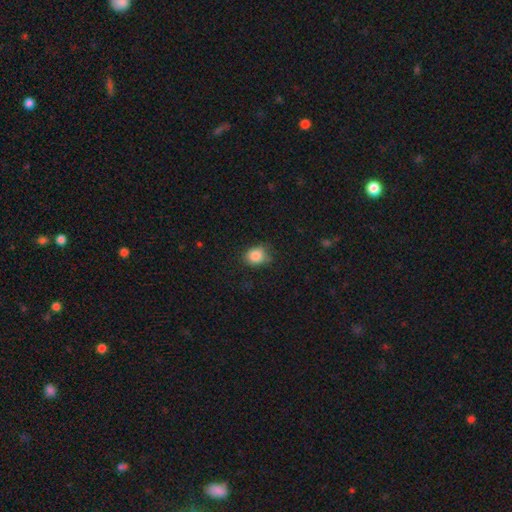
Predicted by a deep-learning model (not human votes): The model was most divided on "how rounded": round: 61%, in between: 39%, cigar-shaped: 1%. More confident: smooth or featured — smooth (85%); merging — none (64%).